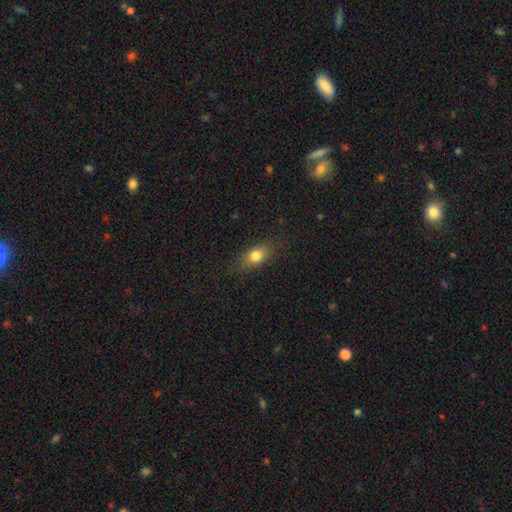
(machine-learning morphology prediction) A smooth galaxy with no disk features (79%) that is in between round and cigar-shaped (74%). Merging: none (81%).